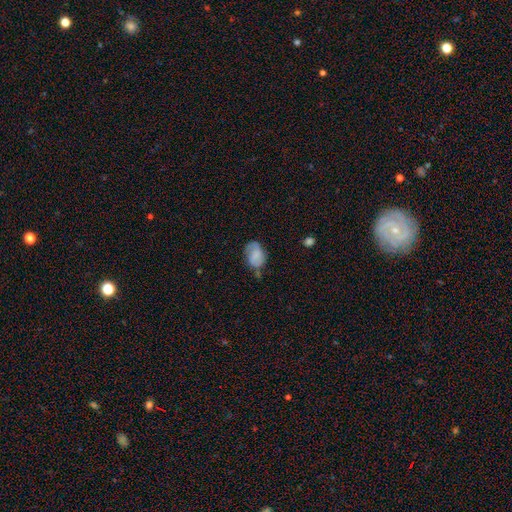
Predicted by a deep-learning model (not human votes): smooth-or-featured: smooth: 51% | featured or disk: 40% | star or artifact: 9%
  how-rounded: in between: 77% | round: 22% | cigar-shaped: 1%
  merging: none: 52% | minor disturbance: 31% | major disturbance: 13% | merger: 4%